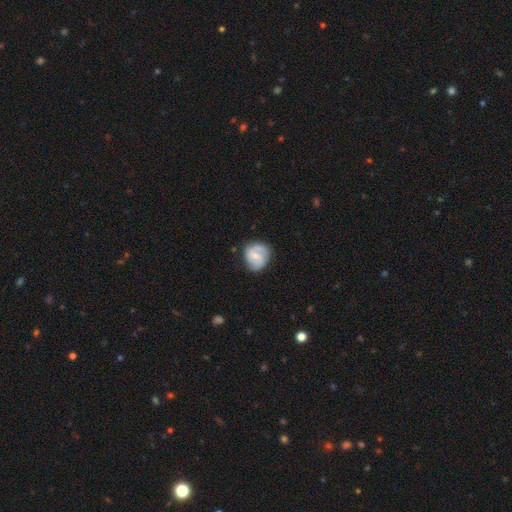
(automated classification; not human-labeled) The model was most divided on "spiral winding": medium: 43%, tight: 40%, loose: 17%. Remaining: edge-on disk — no (98%); spiral arms — yes (89%); merging — none (72%); spiral arm count — 2 (70%); smooth or featured — featured or disk (61%); bulge size — small (56%); bar — weak (47%).